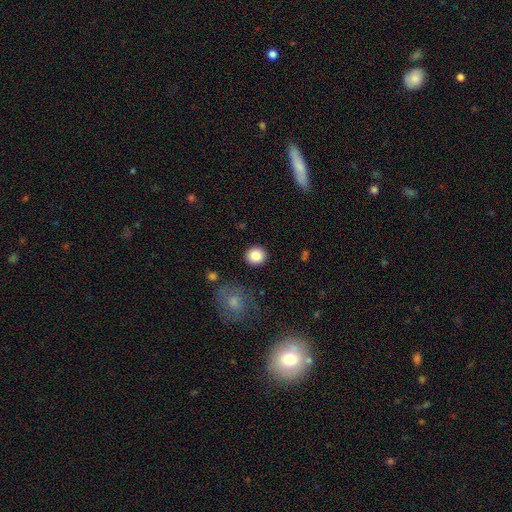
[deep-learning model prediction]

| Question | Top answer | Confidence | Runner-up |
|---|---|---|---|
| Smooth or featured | smooth | 85% | star or artifact (9%) |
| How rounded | round | 93% | in between (6%) |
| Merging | none | 90% | minor disturbance (6%) |